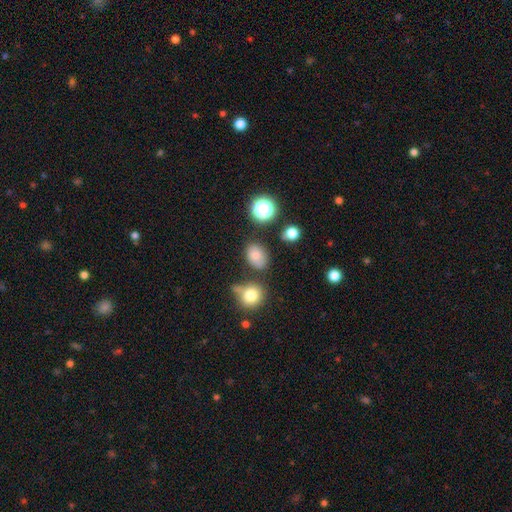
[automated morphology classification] smooth-or-featured: smooth: 73% | star or artifact: 16% | featured or disk: 11%
  how-rounded: in between: 67% | round: 31% | cigar-shaped: 1%
  merging: none: 70% | minor disturbance: 17% | merger: 7% | major disturbance: 5%